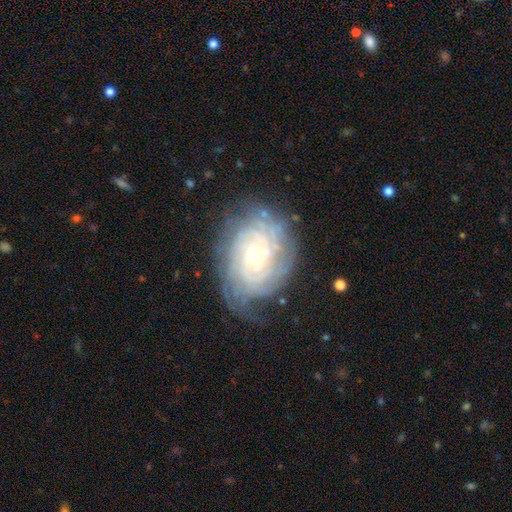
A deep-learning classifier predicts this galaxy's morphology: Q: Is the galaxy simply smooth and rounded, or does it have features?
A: featured or disk — 84%.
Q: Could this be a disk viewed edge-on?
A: no — 97%.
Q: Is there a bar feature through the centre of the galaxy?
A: no — 78%.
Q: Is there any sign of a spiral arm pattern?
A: yes — 95%.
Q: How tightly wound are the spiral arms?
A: tight — 79%.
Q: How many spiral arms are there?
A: can't tell — 38%.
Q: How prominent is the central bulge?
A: small — 70%.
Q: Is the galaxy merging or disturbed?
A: none — 69%.